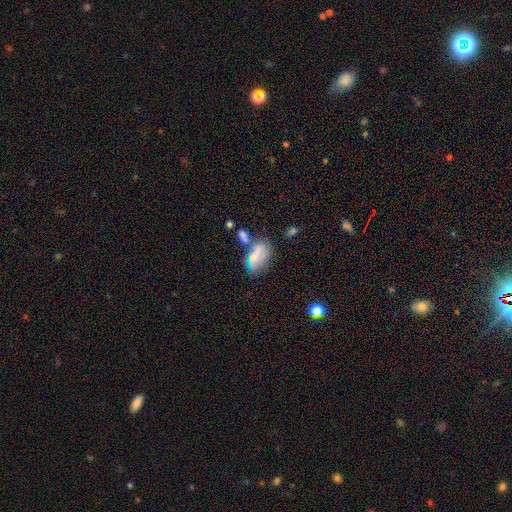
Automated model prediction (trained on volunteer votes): smooth 63%, featured or disk 25%, star or artifact 12%. Down the decision tree: how rounded — in between (90%); merging — none (34%).